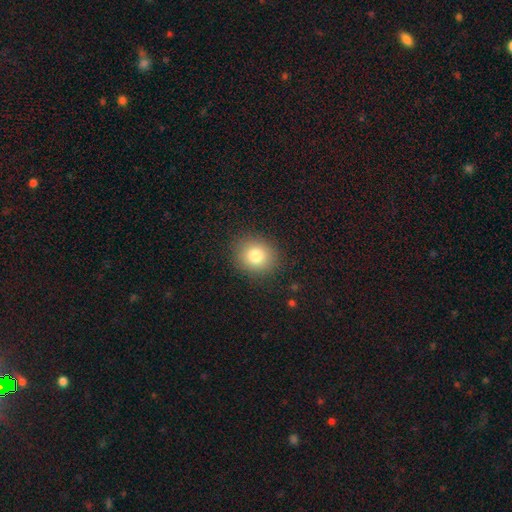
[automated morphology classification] This appears to be a smooth galaxy with no disk features (80%) that is round (81%). Merging: none (89%).